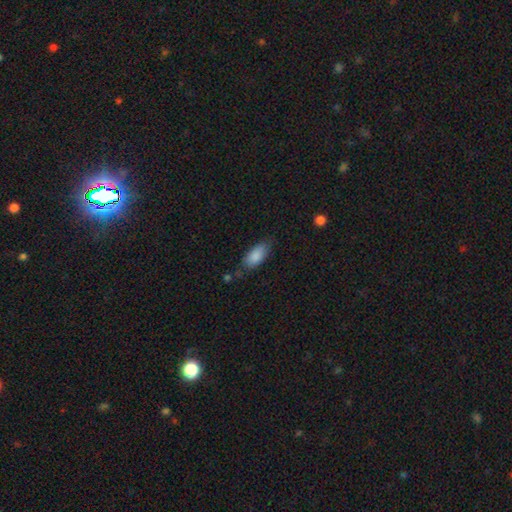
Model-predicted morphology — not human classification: Overall: smooth (87%). How rounded: in between (86%). Merging: none (67%).